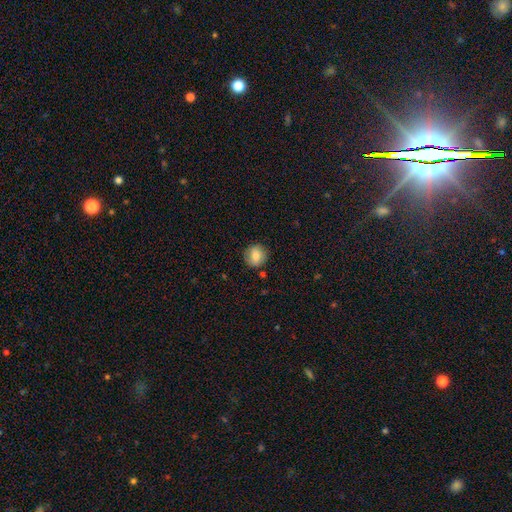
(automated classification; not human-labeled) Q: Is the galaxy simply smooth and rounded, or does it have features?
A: smooth — 78%.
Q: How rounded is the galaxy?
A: round — 88%.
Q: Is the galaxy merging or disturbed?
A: none — 85%.